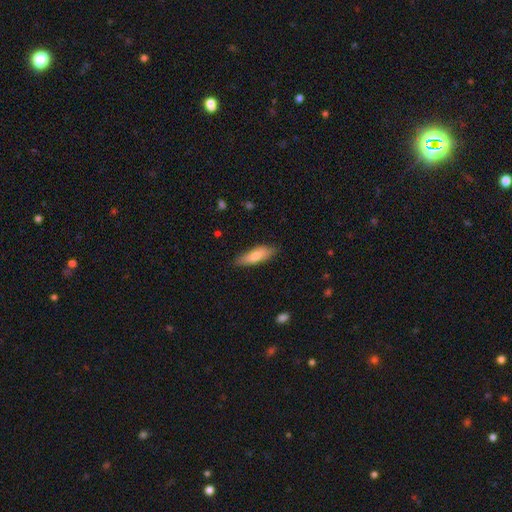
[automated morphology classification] A smooth galaxy with no disk features (75%) that is cigar-shaped (51%).

Vote fractions:
- Smooth or featured? smooth: 75% / featured or disk: 19% / star or artifact: 6%
- How rounded? cigar-shaped: 51% / in between: 47% / round: 2%
- Merging? none: 83% / minor disturbance: 14% / major disturbance: 3% / merger: 1%